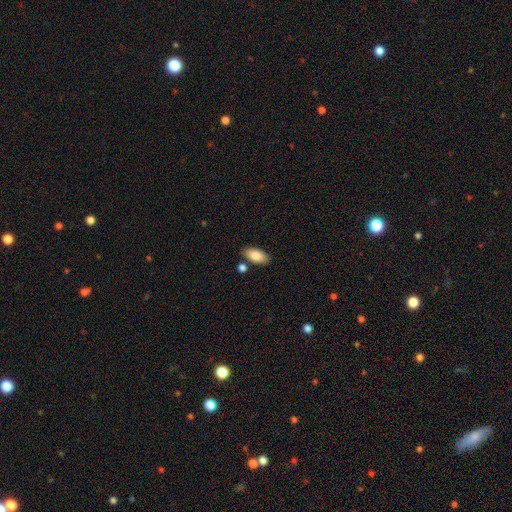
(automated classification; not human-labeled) Smooth or featured? smooth (85%)
How rounded? in between (92%)
Merging? none (81%)